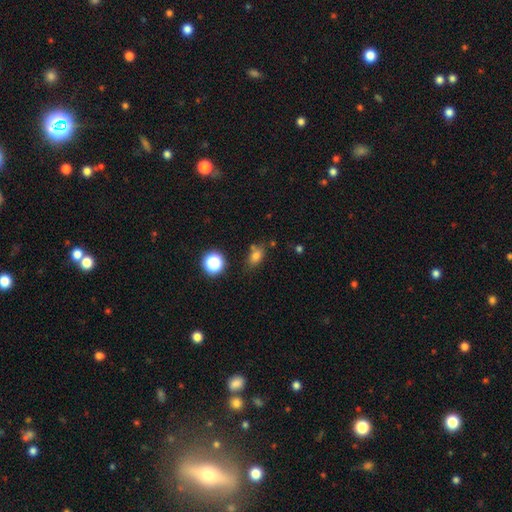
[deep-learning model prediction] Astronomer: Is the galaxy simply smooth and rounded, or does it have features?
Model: smooth — 76%.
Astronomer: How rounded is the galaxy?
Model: in between — 74%.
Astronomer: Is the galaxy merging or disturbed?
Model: none — 70%.